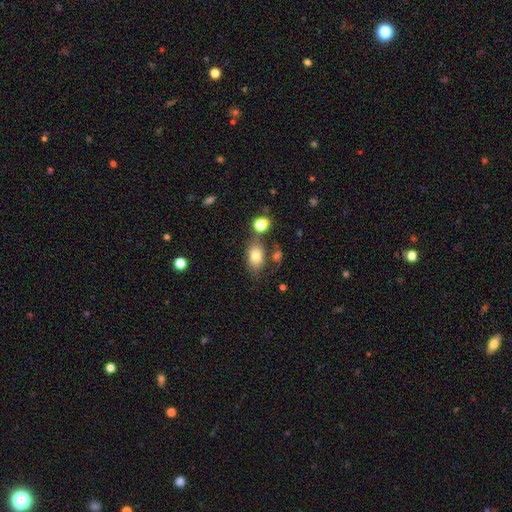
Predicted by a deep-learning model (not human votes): This appears to be a smooth galaxy with no disk features (79%) that is in between round and cigar-shaped (84%). Merging: none (63%).